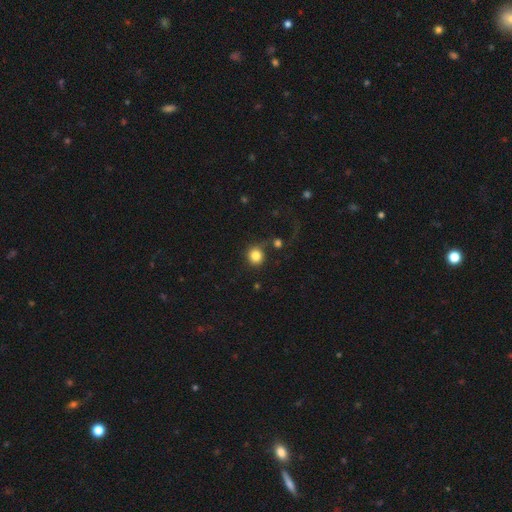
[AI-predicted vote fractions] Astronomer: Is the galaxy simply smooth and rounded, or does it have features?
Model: smooth — 84%.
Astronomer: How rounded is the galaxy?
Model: round — 91%.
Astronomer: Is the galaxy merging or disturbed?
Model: none — 77%.